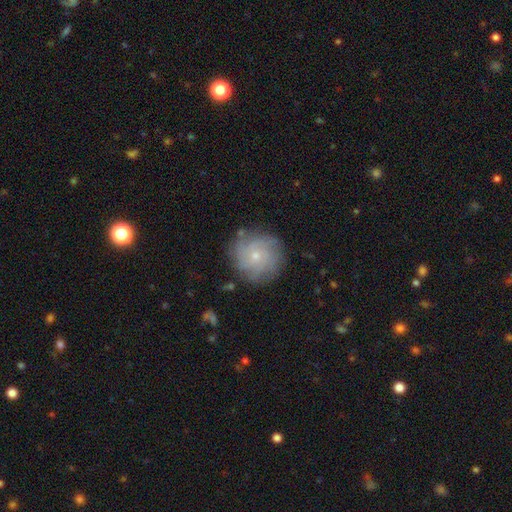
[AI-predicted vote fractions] Smooth or featured? Predicted: featured or disk (p=0.57). Edge-on disk? Predicted: no (p=0.97). Bar? Predicted: no (p=0.85). Spiral arms? Predicted: yes (p=0.83). Bulge size? Predicted: small (p=0.73). Merging? Predicted: none (p=0.79).